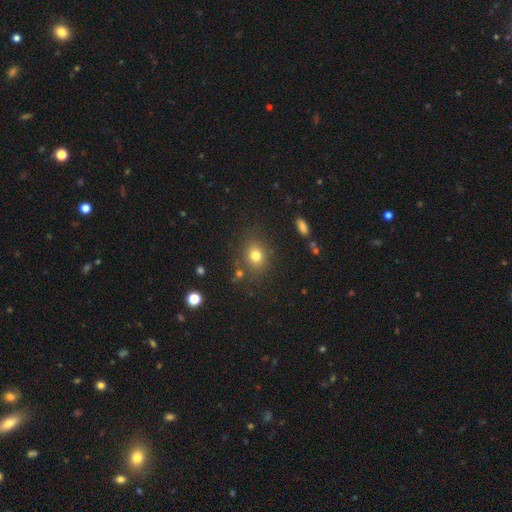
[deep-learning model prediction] Smooth or featured? Predicted: smooth (p=0.76). How rounded? Predicted: round (p=0.65). Merging? Predicted: none (p=0.80).